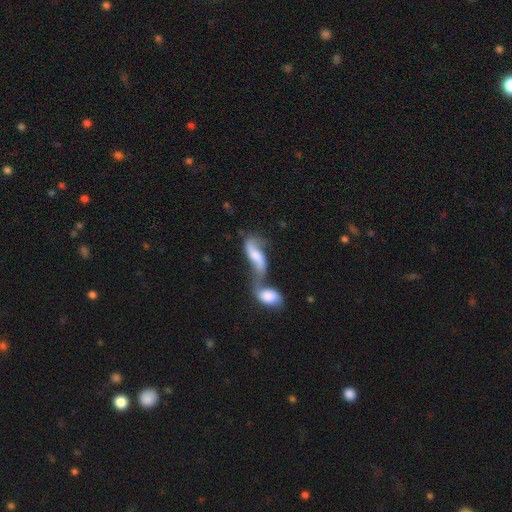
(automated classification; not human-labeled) The model was most divided on "smooth or featured": featured or disk: 53%, smooth: 40%, star or artifact: 8%. More confident: edge-on disk — no (88%); merging — merger (77%).